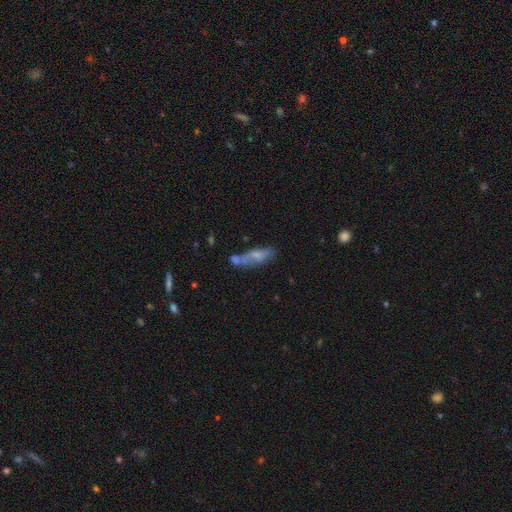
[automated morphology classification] The model was most divided on "merging": none: 40%, merger: 27%, minor disturbance: 21%, major disturbance: 12%. More confident: how rounded — cigar-shaped (56%); smooth or featured — smooth (54%).